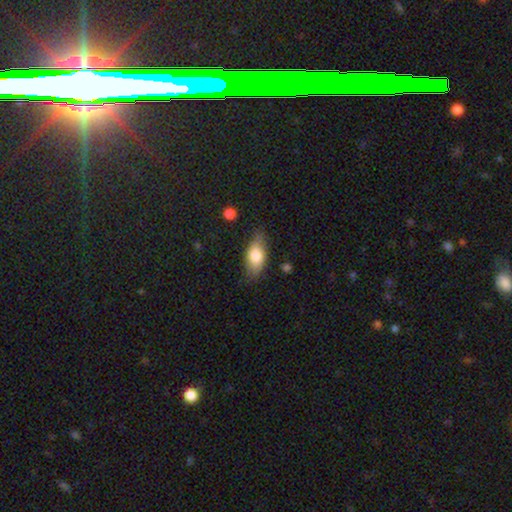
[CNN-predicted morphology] type=smooth (74%); roundness=in between (85%); merging=none (76%).